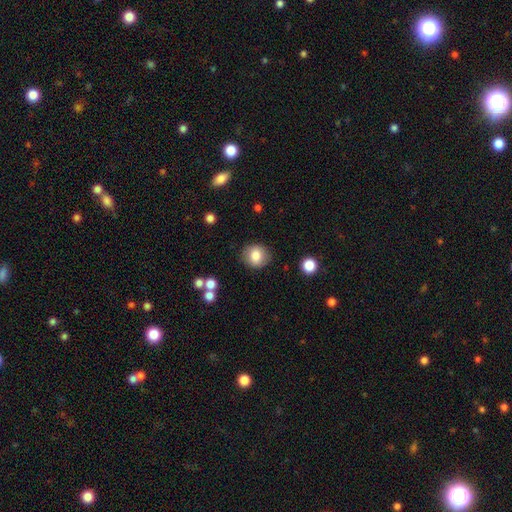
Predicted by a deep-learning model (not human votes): Smooth or featured?
  - smooth: 82% *
  - featured or disk: 9%
  - star or artifact: 9%
How rounded?
  - round: 84% *
  - in between: 15%
  - cigar-shaped: 1%
Merging?
  - none: 86% *
  - minor disturbance: 9%
  - major disturbance: 3%
  - merger: 2%